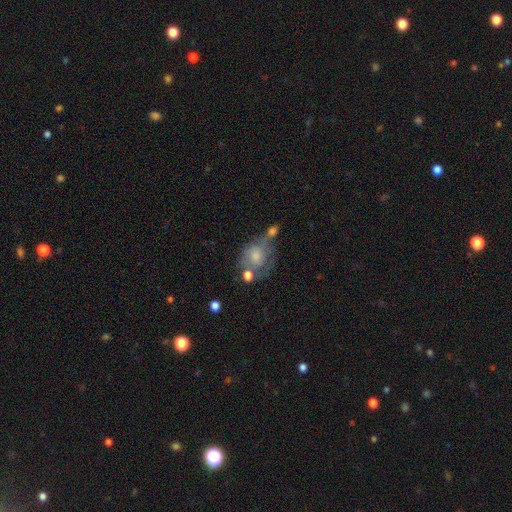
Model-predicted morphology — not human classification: Q: Smooth or featured?
A: smooth (48%); runner-up: featured or disk (43%)
Q: Merging?
A: none (29%); runner-up: merger (26%)